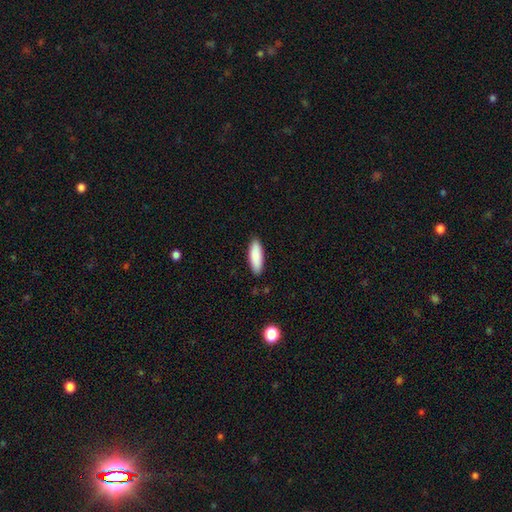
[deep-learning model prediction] Q: Smooth or featured?
A: smooth (88%); runner-up: featured or disk (6%)
Q: How rounded?
A: in between (59%); runner-up: cigar-shaped (40%)
Q: Merging?
A: none (88%); runner-up: minor disturbance (9%)